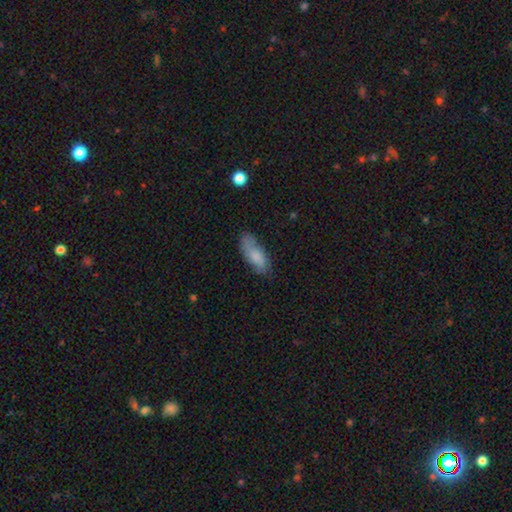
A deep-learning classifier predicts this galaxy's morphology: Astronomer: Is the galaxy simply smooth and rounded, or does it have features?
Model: smooth — 74%.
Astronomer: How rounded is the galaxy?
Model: in between — 74%.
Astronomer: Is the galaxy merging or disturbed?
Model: none — 67%.